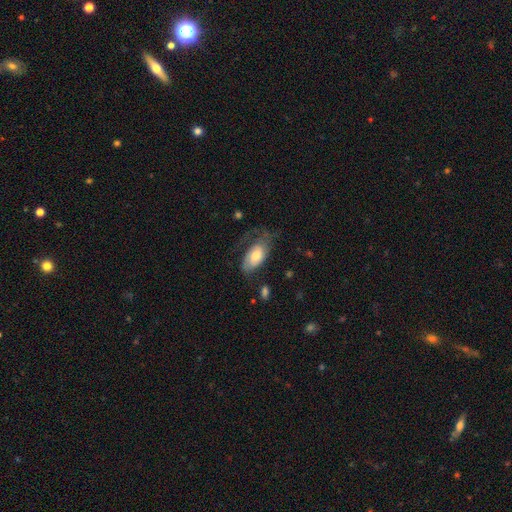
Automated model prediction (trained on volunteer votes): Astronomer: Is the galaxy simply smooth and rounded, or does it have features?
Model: smooth — 53% (runner-up: featured or disk, 41%).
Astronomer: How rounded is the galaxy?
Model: in between — 92%.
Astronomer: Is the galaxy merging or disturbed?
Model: none — 41% (runner-up: minor disturbance, 29%).